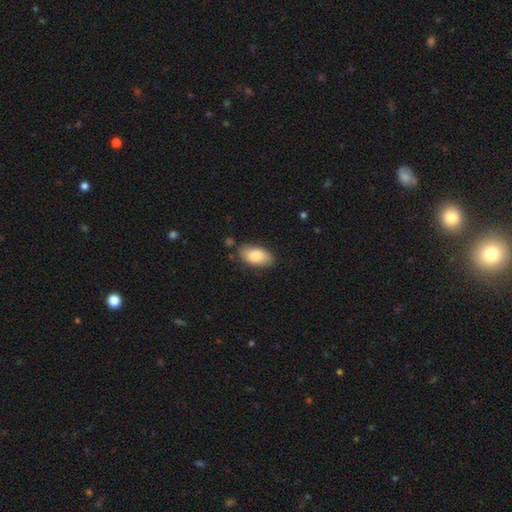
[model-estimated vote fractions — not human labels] Overall: smooth (84%). How rounded: in between (94%). Merging: none (80%).